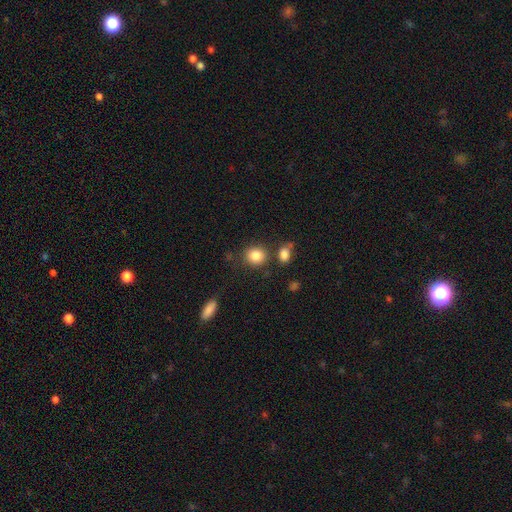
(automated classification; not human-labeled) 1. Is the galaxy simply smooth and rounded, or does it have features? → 85% smooth, 9% star or artifact, 5% featured or disk.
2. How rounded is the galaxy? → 76% round, 23% in between, 1% cigar-shaped.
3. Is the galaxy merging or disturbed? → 77% none, 11% minor disturbance, 8% merger, 4% major disturbance.